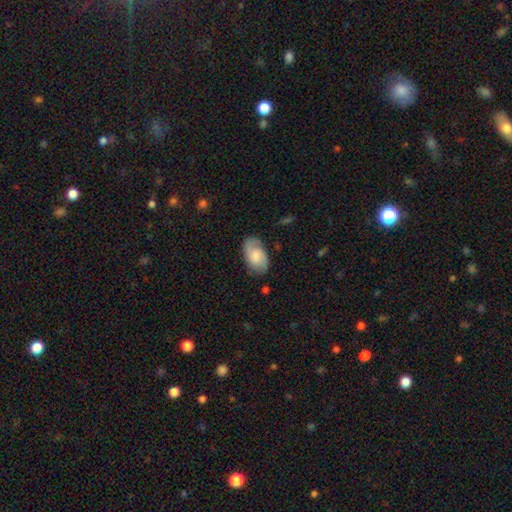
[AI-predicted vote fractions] Smooth or featured: smooth — 47% (featured or disk — 46%)
Merging: none — 76% (minor disturbance — 18%)